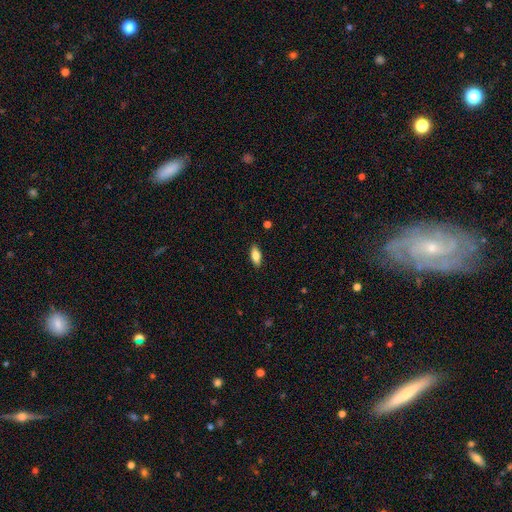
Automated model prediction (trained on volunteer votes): Smooth or featured? smooth (80%)
How rounded? in between (81%)
Merging? none (89%)